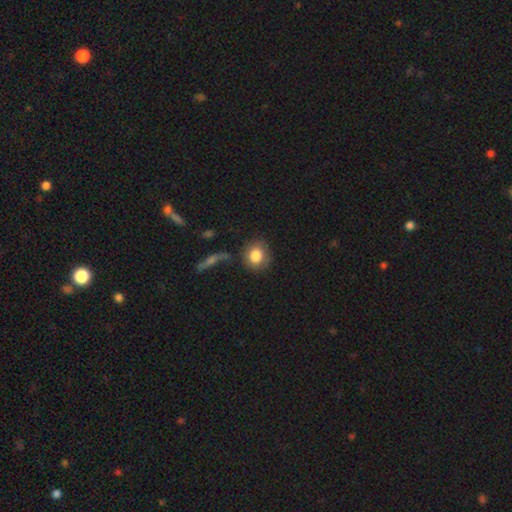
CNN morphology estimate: smooth 82%, featured or disk 10%, star or artifact 8%. Down the decision tree: how rounded — round (76%); merging — none (73%).